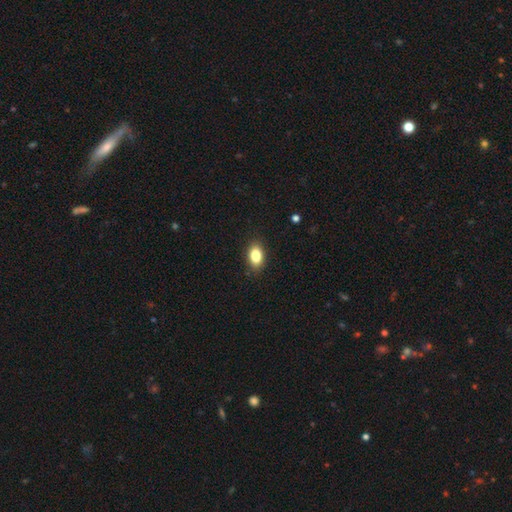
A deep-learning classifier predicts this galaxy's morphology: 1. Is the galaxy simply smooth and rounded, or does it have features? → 85% smooth, 8% star or artifact, 7% featured or disk.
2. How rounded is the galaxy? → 88% in between, 10% round, 2% cigar-shaped.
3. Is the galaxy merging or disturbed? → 88% none, 9% minor disturbance, 2% major disturbance, 1% merger.